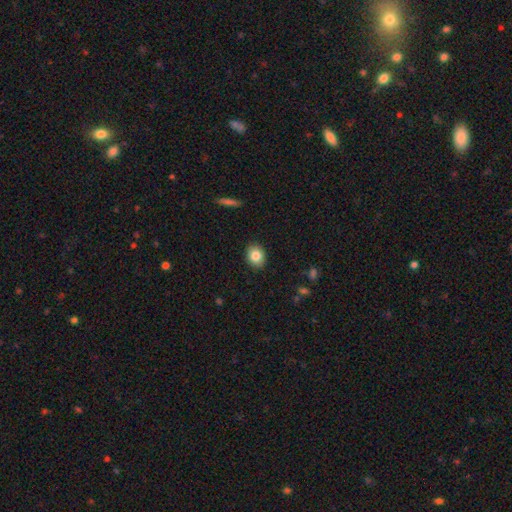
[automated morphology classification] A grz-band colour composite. It shows a smooth galaxy with no disk features (84%) that is in between round and cigar-shaped (51%). Merging: none (90%).